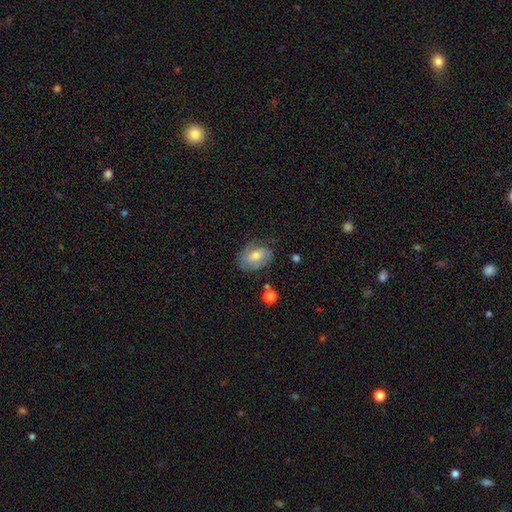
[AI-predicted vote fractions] Morphology: type=featured or disk (46%); merging=none (68%).